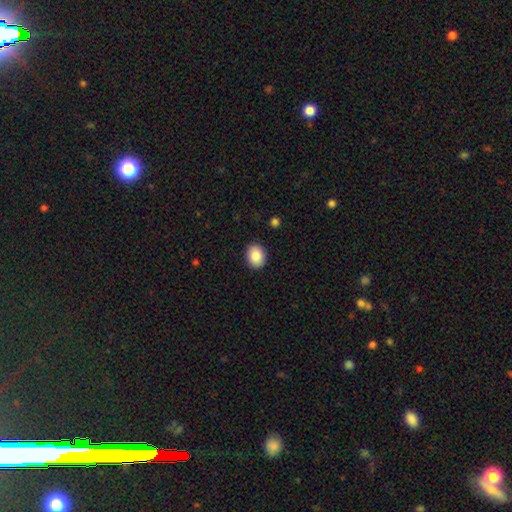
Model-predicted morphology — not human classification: Smooth or featured: smooth — 87% (star or artifact — 8%)
How rounded: round — 51% (in between — 48%)
Merging: none — 90% (minor disturbance — 7%)